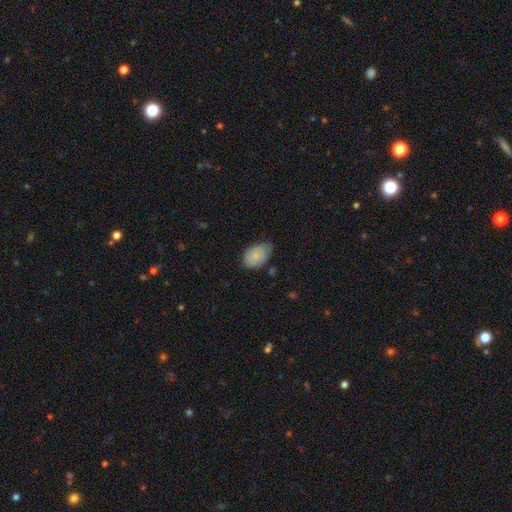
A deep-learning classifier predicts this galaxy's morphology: Smooth or featured? Predicted: smooth (p=0.80). How rounded? Predicted: in between (p=0.89). Merging? Predicted: none (p=0.56).